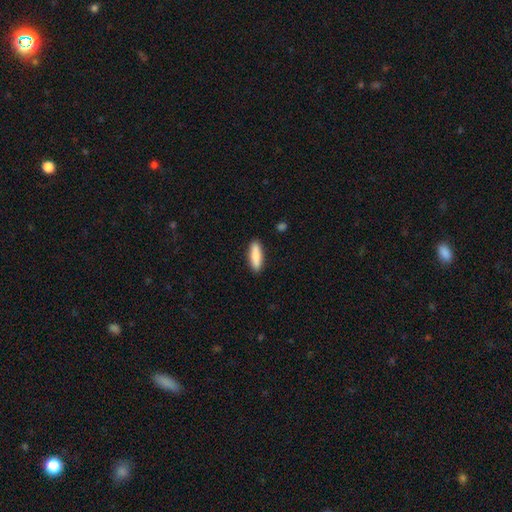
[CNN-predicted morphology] The model was most divided on "how rounded": cigar-shaped: 57%, in between: 41%, round: 2%. More confident: merging — none (90%); smooth or featured — smooth (87%).